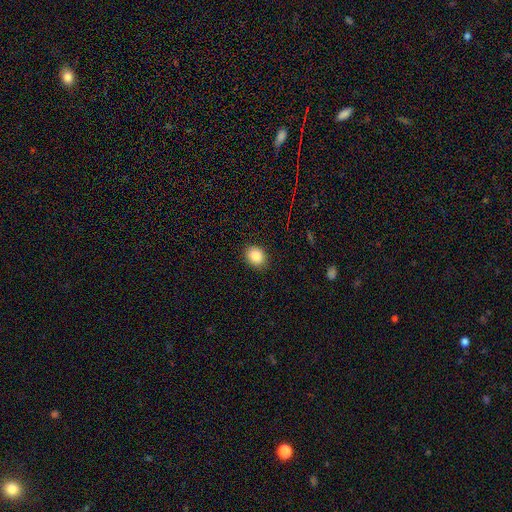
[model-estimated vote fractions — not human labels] Smooth or featured?
  - smooth: 86% *
  - star or artifact: 9%
  - featured or disk: 5%
How rounded?
  - round: 54% *
  - in between: 45%
  - cigar-shaped: 1%
Merging?
  - none: 89% *
  - minor disturbance: 8%
  - major disturbance: 2%
  - merger: 1%